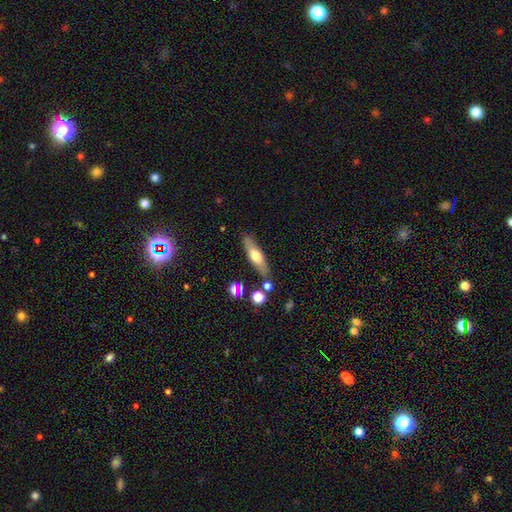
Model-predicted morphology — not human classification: This appears to be a smooth galaxy with no disk features (54%) that is cigar-shaped (60%). Merging: none (79%).